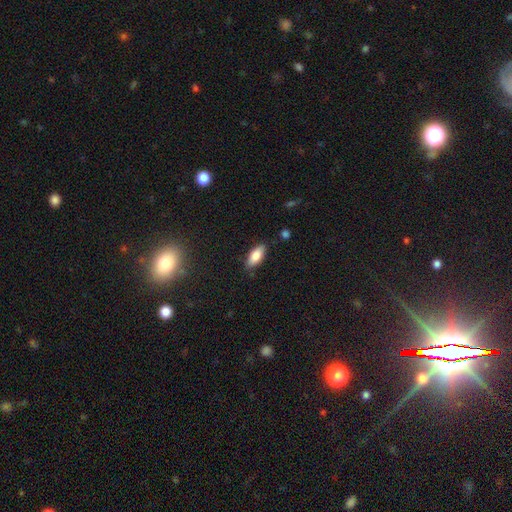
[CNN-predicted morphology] smooth 81%, featured or disk 12%, star or artifact 7%. Down the decision tree: how rounded — in between (82%); merging — none (83%).